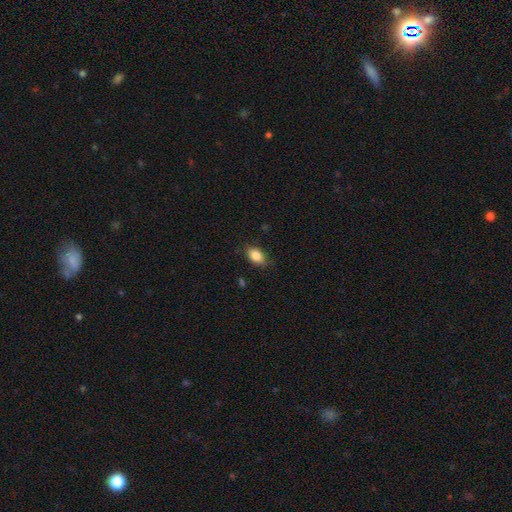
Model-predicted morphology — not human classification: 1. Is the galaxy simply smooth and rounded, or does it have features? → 85% smooth, 8% star or artifact, 7% featured or disk.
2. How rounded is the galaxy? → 86% in between, 12% round, 2% cigar-shaped.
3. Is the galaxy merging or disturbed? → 82% none, 14% minor disturbance, 3% major disturbance, 1% merger.